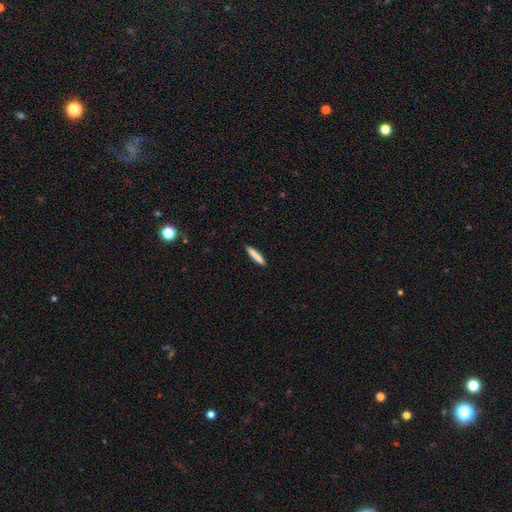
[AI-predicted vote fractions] Overall: smooth (83%). How rounded: cigar-shaped (91%). Merging: none (91%).